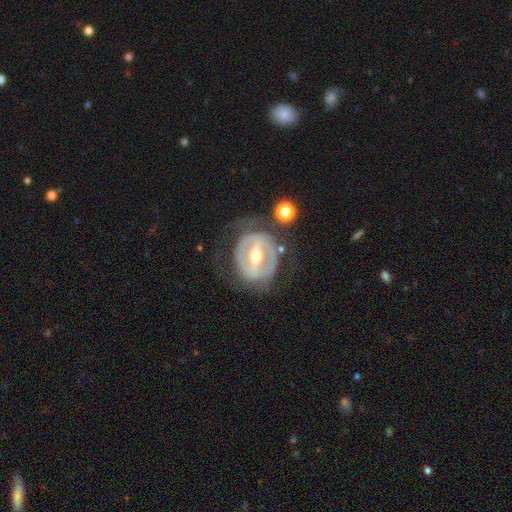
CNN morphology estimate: Smooth or featured?
  - featured or disk: 79% *
  - smooth: 16%
  - star or artifact: 6%
Edge-on disk?
  - no: 94% *
  - yes: 6%
Bar?
  - strong: 67% *
  - weak: 23%
  - no: 9%
Spiral arms?
  - no: 58% *
  - yes: 42%
Bulge size?
  - moderate: 62% *
  - small: 33%
  - large: 3%
  - none: 1%
  - dominant: 1%
Merging?
  - none: 60% *
  - minor disturbance: 18%
  - major disturbance: 17%
  - merger: 4%